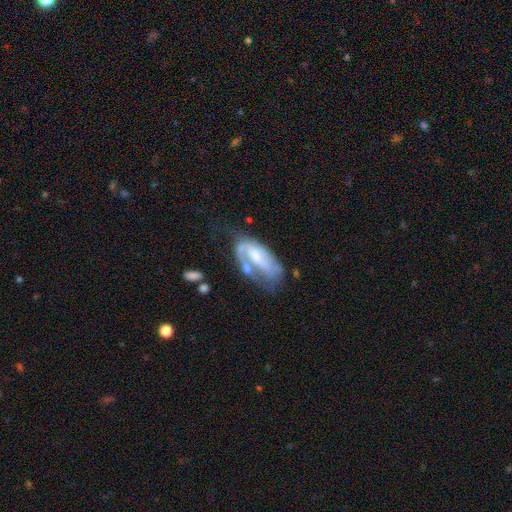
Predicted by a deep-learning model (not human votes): smooth_or_featured: featured or disk (p=0.68) [alt: smooth p=0.25]
disk_edge_on: no (p=0.93) [alt: yes p=0.07]
bar: no (p=0.47) [alt: weak p=0.37]
has_spiral_arms: yes (p=0.78) [alt: no p=0.22]
bulge_size: moderate (p=0.44) [alt: small p=0.36]
merging: none (p=0.33) [alt: major disturbance p=0.29]